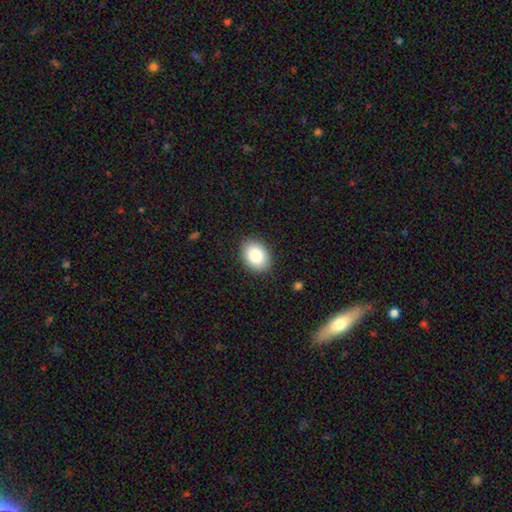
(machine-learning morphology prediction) A smooth galaxy with no disk features (86%) that is in between round and cigar-shaped (77%).

Vote fractions:
- Smooth or featured? smooth: 86% / star or artifact: 7% / featured or disk: 7%
- How rounded? in between: 77% / round: 22% / cigar-shaped: 1%
- Merging? none: 88% / minor disturbance: 9% / major disturbance: 2% / merger: 1%